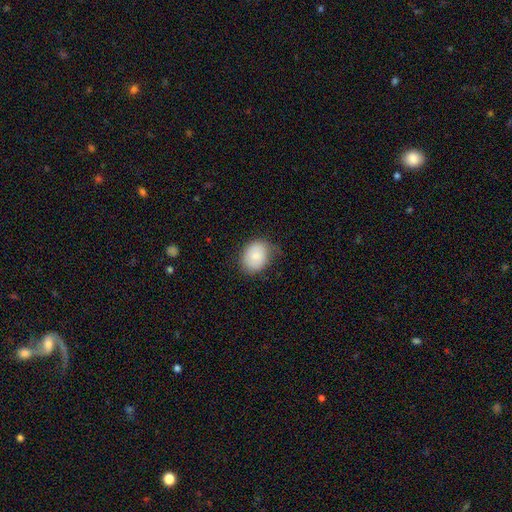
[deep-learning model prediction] A smooth galaxy with no disk features (81%) that is in between round and cigar-shaped (52%).

Vote fractions:
- Smooth or featured? smooth: 81% / featured or disk: 12% / star or artifact: 7%
- How rounded? in between: 52% / round: 47% / cigar-shaped: 1%
- Merging? none: 64% / minor disturbance: 27% / major disturbance: 8% / merger: 1%